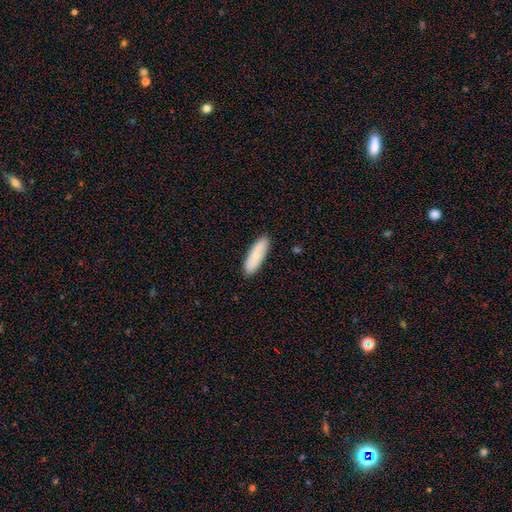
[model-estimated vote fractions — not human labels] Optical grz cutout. It shows a smooth galaxy with no disk features (77%) that is cigar-shaped (51%). Merging: none (89%).